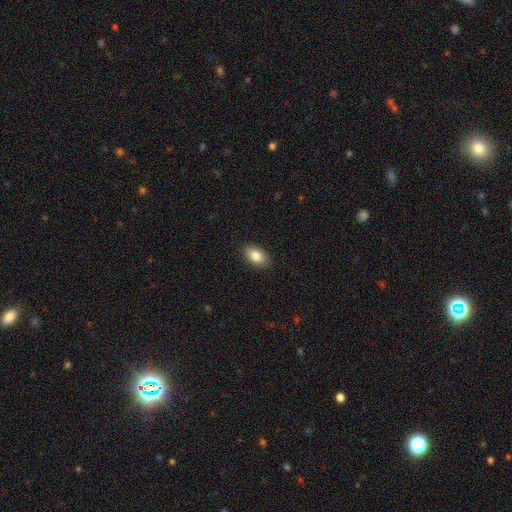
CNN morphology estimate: Smooth or featured?
  - smooth: 84% *
  - featured or disk: 8%
  - star or artifact: 8%
How rounded?
  - in between: 90% *
  - round: 8%
  - cigar-shaped: 2%
Merging?
  - none: 88% *
  - minor disturbance: 9%
  - major disturbance: 2%
  - merger: 1%